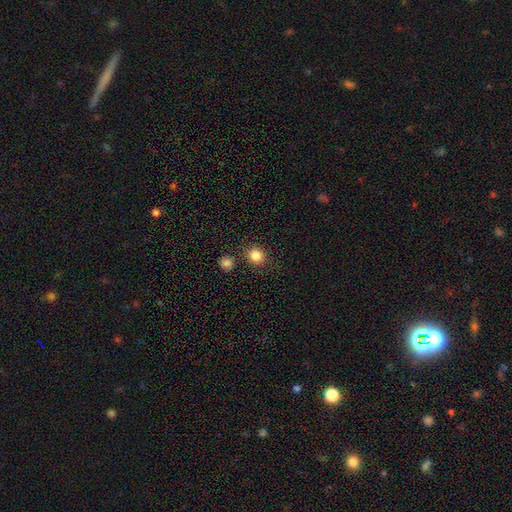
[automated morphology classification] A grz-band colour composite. It shows a smooth galaxy with no disk features (85%) that is round (86%). Merging: none (84%).